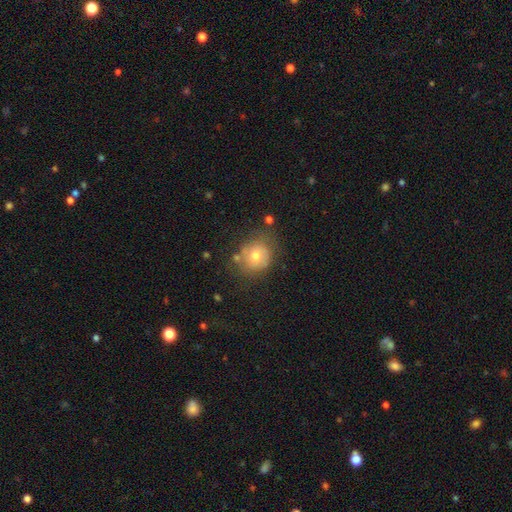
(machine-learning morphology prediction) This is possibly a smooth galaxy (52%). How rounded: likely round (78%). Merging: likely none (67%).